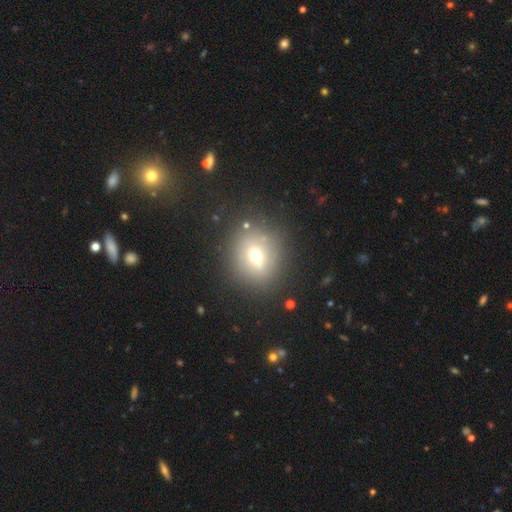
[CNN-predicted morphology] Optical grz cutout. It shows a smooth galaxy with no disk features (54%) that is round (76%). Merging: none (81%).